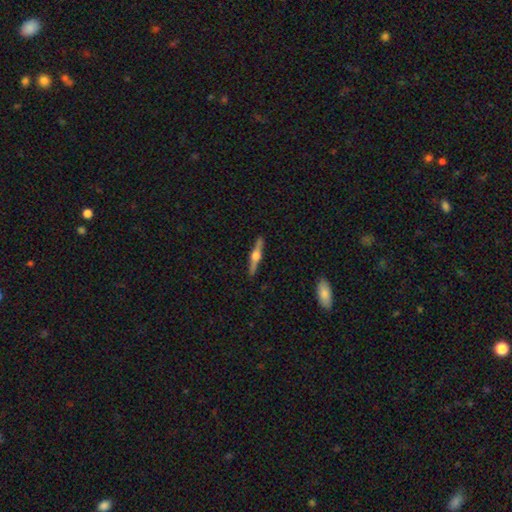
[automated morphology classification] A featured or disk galaxy (78%) viewed edge-on (98%) with a rounded central bulge (95%).

Vote fractions:
- Smooth or featured? featured or disk: 78% / smooth: 17% / star or artifact: 5%
- Edge-on disk? yes: 98% / no: 2%
- Edge-on bulge? rounded: 95% / boxy: 3% / none: 2%
- Merging? none: 91% / minor disturbance: 6% / major disturbance: 1% / merger: 1%